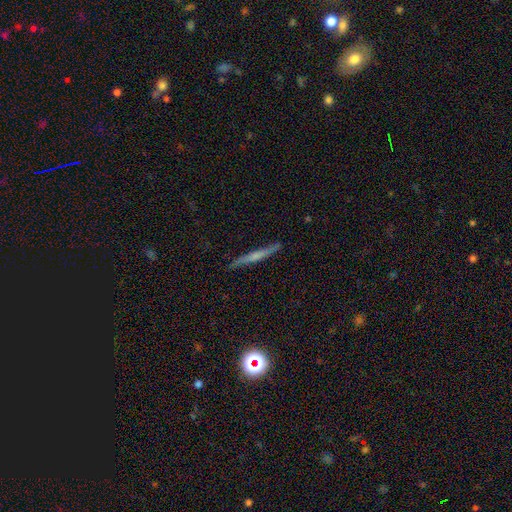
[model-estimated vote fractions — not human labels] This is possibly a featured or disk galaxy (49%). Merging: clearly none (86%).